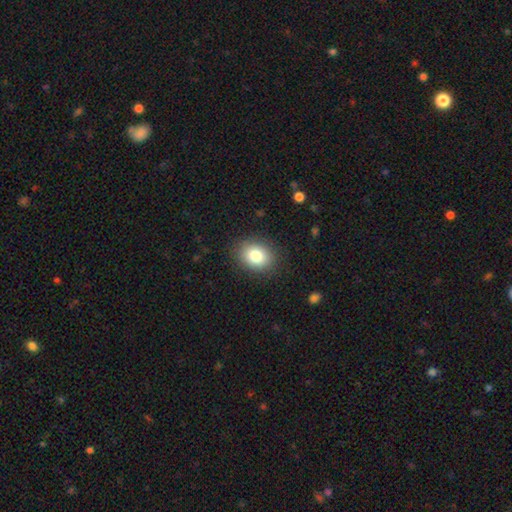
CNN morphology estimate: Smooth or featured? Predicted: smooth (p=0.83). How rounded? Predicted: in between (p=0.56). Merging? Predicted: none (p=0.87).